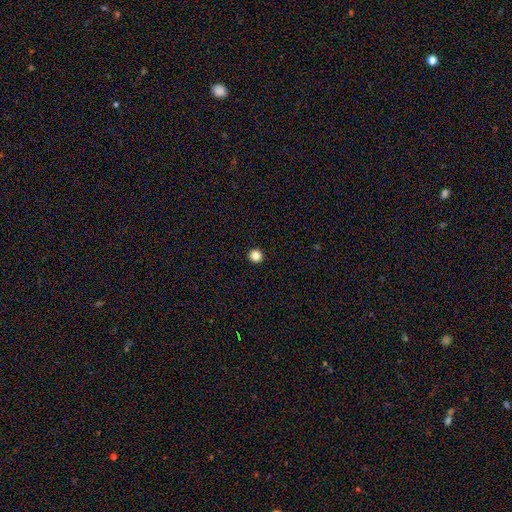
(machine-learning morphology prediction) A smooth galaxy with no disk features (86%) that is round (95%).

Vote fractions:
- Smooth or featured? smooth: 86% / star or artifact: 12% / featured or disk: 3%
- How rounded? round: 95% / in between: 4% / cigar-shaped: 1%
- Merging? none: 94% / minor disturbance: 4% / major disturbance: 1% / merger: 1%